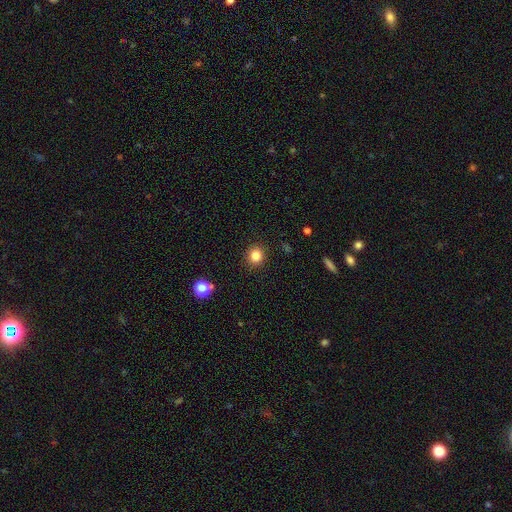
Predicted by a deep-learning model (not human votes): Morphology: type=smooth (84%); roundness=round (87%); merging=none (90%).